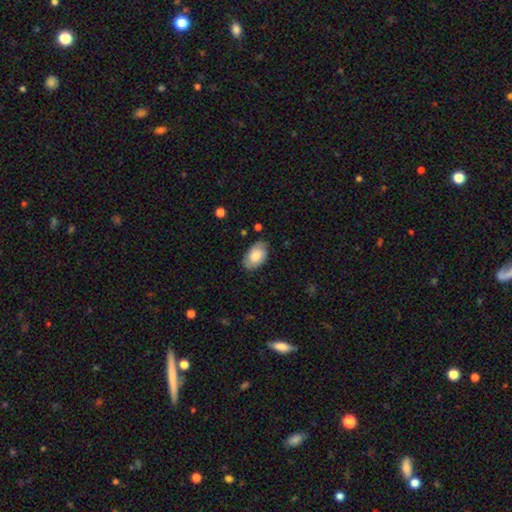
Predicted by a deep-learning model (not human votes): Smooth or featured? Predicted: smooth (p=0.70). How rounded? Predicted: in between (p=0.92). Merging? Predicted: none (p=0.78).